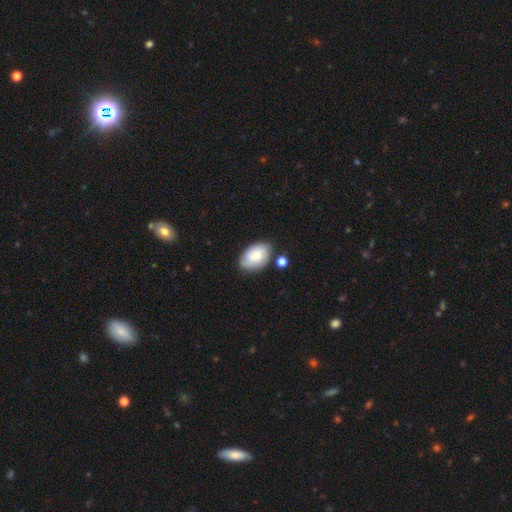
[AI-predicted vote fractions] Smooth or featured? Predicted: smooth (p=0.62). How rounded? Predicted: in between (p=0.86). Merging? Predicted: none (p=0.69).